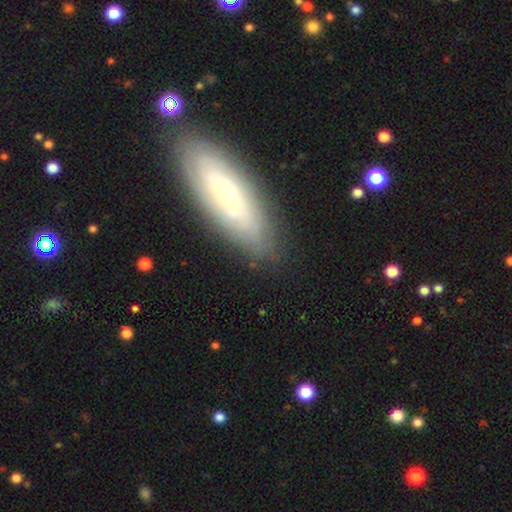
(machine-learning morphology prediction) Smooth or featured?
  - smooth: 45% *
  - featured or disk: 44%
  - star or artifact: 11%
Merging?
  - none: 86% *
  - minor disturbance: 10%
  - major disturbance: 2%
  - merger: 2%